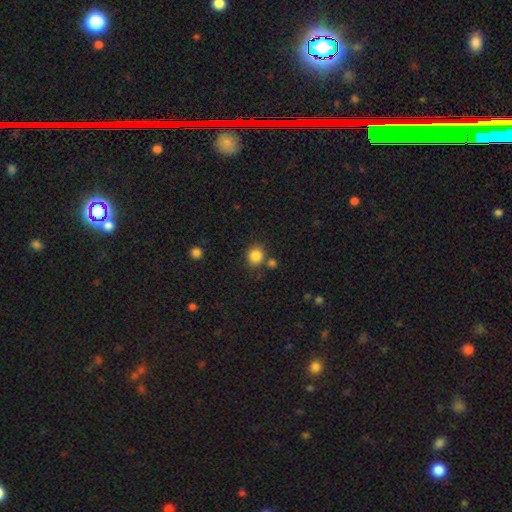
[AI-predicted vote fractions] smooth-or-featured: smooth: 84% | star or artifact: 11% | featured or disk: 5%
  how-rounded: round: 80% | in between: 19% | cigar-shaped: 1%
  merging: none: 77% | minor disturbance: 10% | merger: 10% | major disturbance: 3%